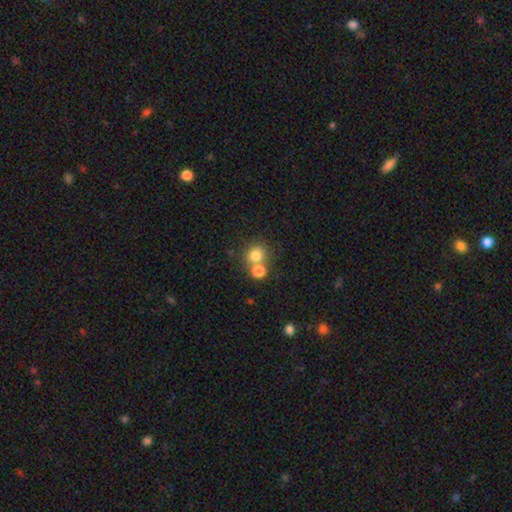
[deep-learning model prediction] A smooth galaxy with no disk features (78%) that is round (81%).

Vote fractions:
- Smooth or featured? smooth: 78% / star or artifact: 13% / featured or disk: 9%
- How rounded? round: 81% / in between: 18% / cigar-shaped: 1%
- Merging? none: 53% / merger: 36% / minor disturbance: 7% / major disturbance: 3%